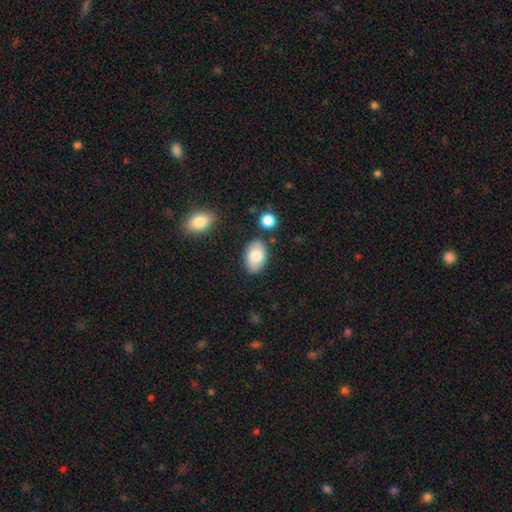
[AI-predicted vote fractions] Morphology: type=smooth (81%); roundness=in between (91%); merging=none (80%).